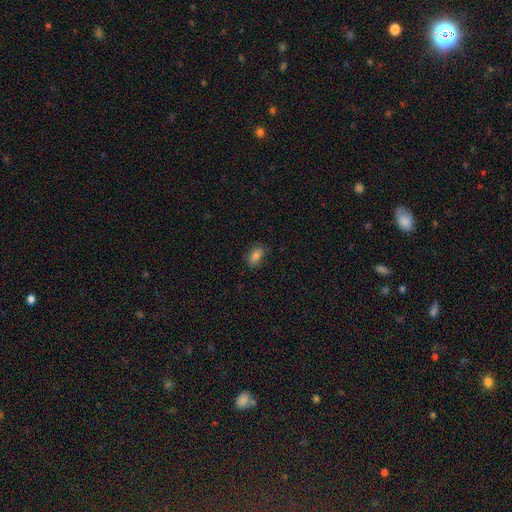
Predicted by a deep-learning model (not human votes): Smooth or featured: smooth — 81% (star or artifact — 11%)
How rounded: in between — 86% (round — 9%)
Merging: none — 79% (minor disturbance — 16%)